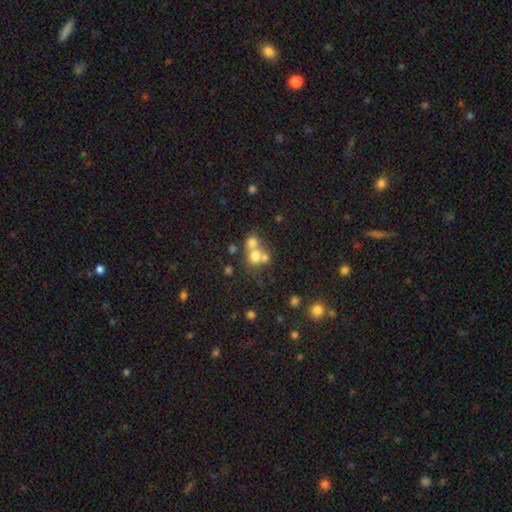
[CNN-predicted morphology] Smooth or featured?
  - smooth: 65% *
  - featured or disk: 19%
  - star or artifact: 16%
How rounded?
  - round: 81% *
  - in between: 18%
  - cigar-shaped: 1%
Merging?
  - merger: 57% *
  - none: 33%
  - minor disturbance: 6%
  - major disturbance: 4%